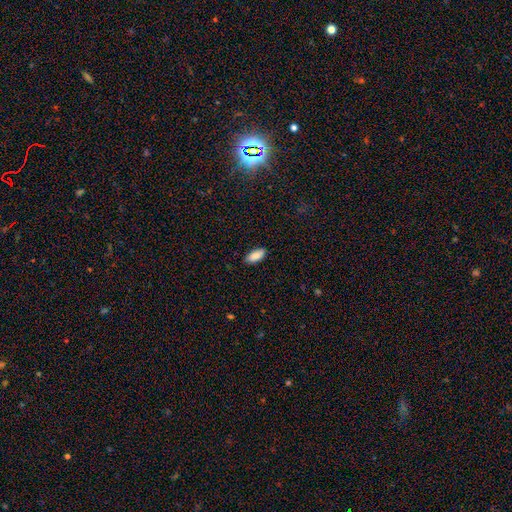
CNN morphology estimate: Smooth or featured? smooth (89%)
How rounded? in between (88%)
Merging? none (86%)